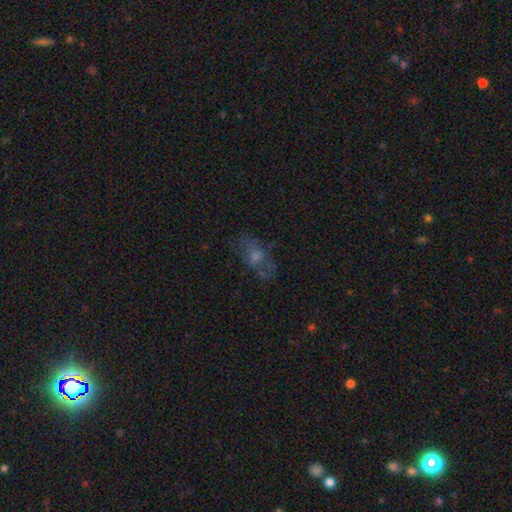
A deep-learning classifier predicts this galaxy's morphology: This appears to be a featured or disk galaxy (39%). Merging: none (55%).